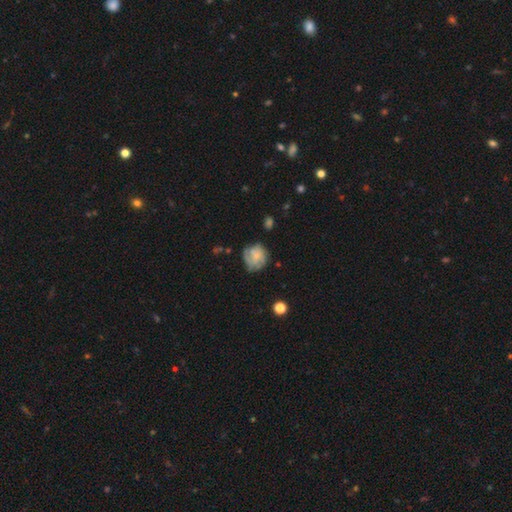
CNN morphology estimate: Smooth or featured? smooth (45%, tied with featured or disk)
Merging? none (58%)